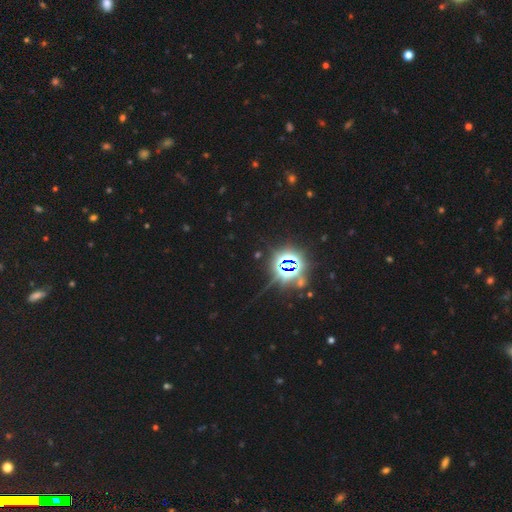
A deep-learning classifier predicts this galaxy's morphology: The model was most divided on "smooth or featured": star or artifact: 82%, smooth: 10%, featured or disk: 8%.